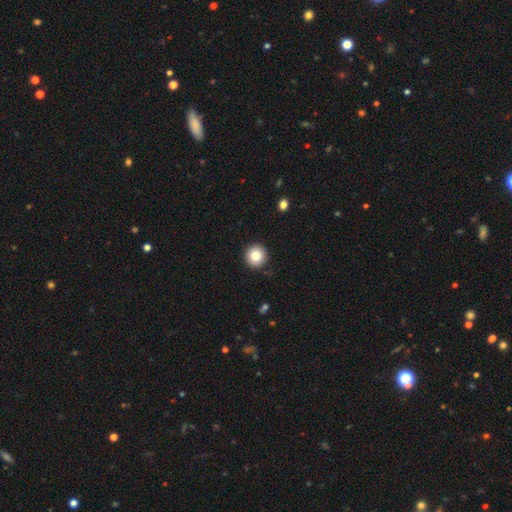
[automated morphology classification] Smooth or featured? Predicted: smooth (p=0.82). How rounded? Predicted: round (p=0.95). Merging? Predicted: none (p=0.91).